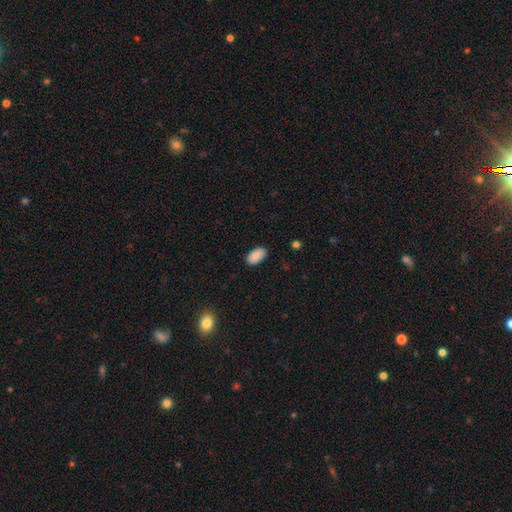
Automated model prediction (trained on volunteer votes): smooth 89%, star or artifact 7%, featured or disk 4%. Down the decision tree: how rounded — in between (95%); merging — none (88%).